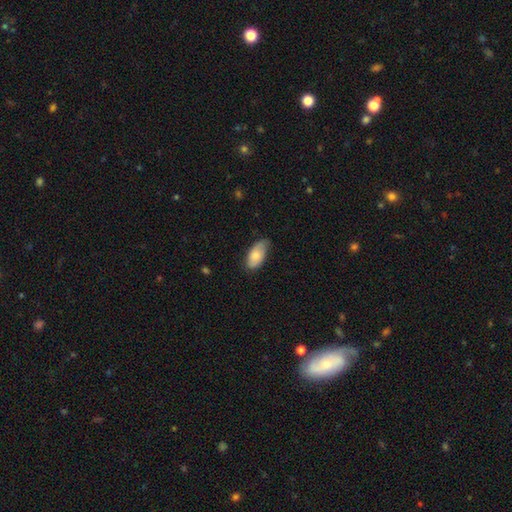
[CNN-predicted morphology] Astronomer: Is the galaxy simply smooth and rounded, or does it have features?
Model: smooth — 73%.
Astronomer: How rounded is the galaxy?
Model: in between — 92%.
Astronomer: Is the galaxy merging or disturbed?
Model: none — 63%.